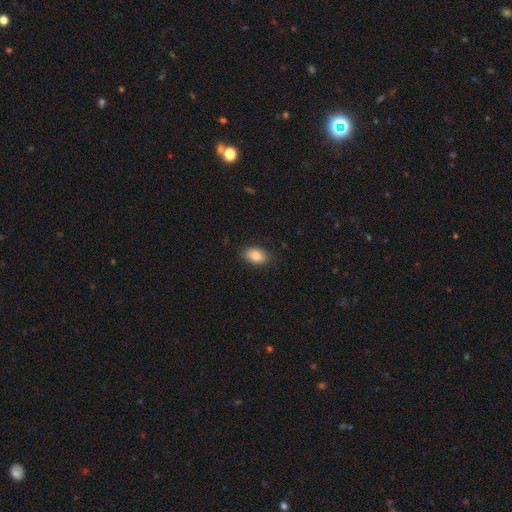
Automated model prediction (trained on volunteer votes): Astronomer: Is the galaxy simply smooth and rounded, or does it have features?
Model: smooth — 86%.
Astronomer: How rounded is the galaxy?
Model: in between — 88%.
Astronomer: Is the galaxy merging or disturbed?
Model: none — 88%.